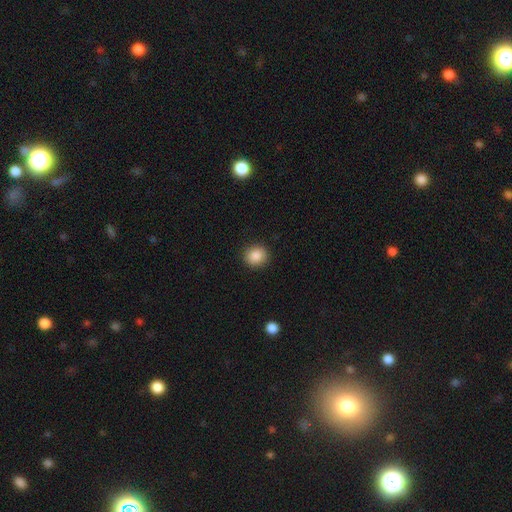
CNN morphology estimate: smooth 87%, star or artifact 9%, featured or disk 4%. Down the decision tree: how rounded — round (84%); merging — none (91%).